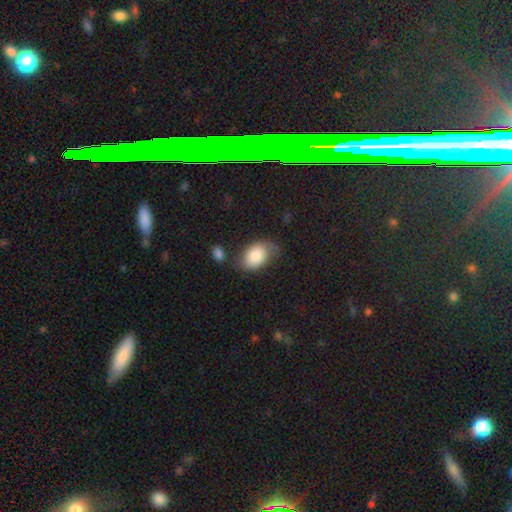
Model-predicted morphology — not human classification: Overall: smooth (79%). How rounded: in between (84%). Merging: none (52%; minor disturbance 29%).